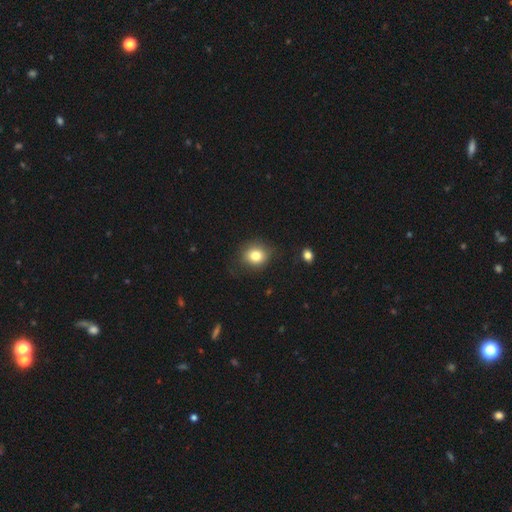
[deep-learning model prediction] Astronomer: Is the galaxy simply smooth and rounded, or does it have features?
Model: smooth — 80%.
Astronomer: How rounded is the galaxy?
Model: round — 73%.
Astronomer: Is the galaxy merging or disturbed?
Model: none — 77%.